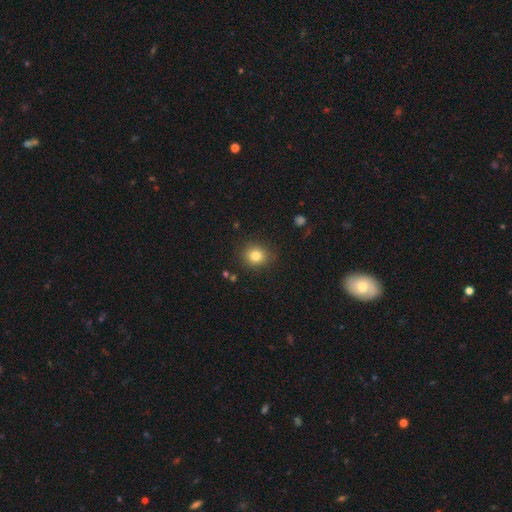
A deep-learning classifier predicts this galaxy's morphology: A smooth galaxy with no disk features (82%) that is round (81%). Merging: none (87%).